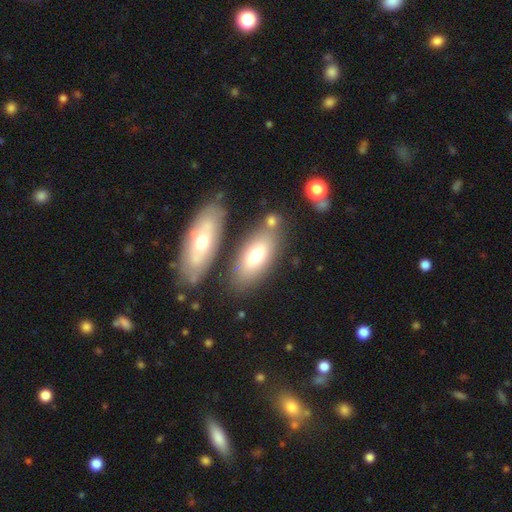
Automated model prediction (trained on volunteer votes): smooth_or_featured: smooth (p=0.70) [alt: featured or disk p=0.23]
how_rounded: in between (p=0.84) [alt: cigar-shaped p=0.12]
merging: none (p=0.67) [alt: merger p=0.16]